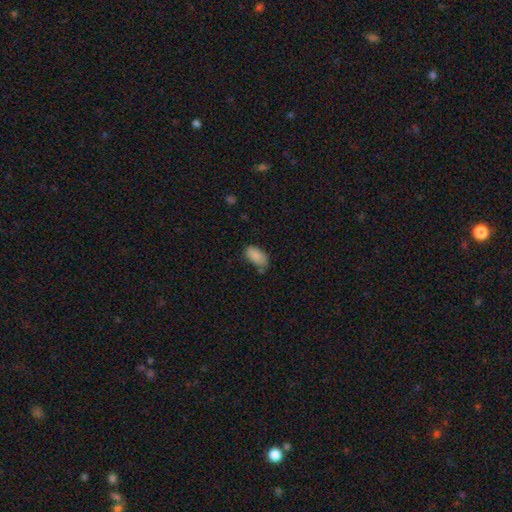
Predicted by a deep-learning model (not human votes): Smooth or featured?
  - smooth: 86% *
  - star or artifact: 8%
  - featured or disk: 6%
How rounded?
  - in between: 94% *
  - round: 4%
  - cigar-shaped: 3%
Merging?
  - none: 55% *
  - minor disturbance: 30%
  - merger: 9%
  - major disturbance: 7%